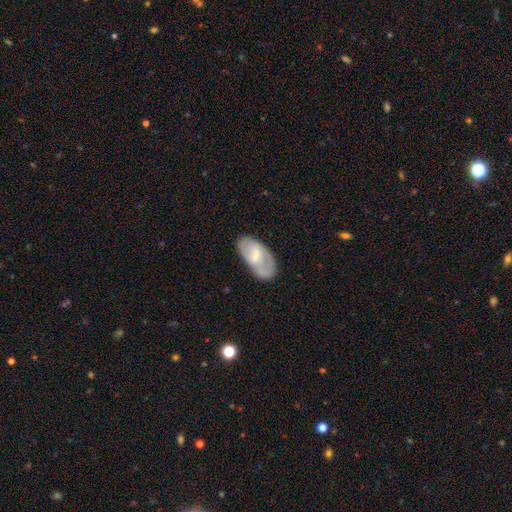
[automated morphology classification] A smooth galaxy with no disk features (51%) that is in between round and cigar-shaped (93%).

Vote fractions:
- Smooth or featured? smooth: 51% / featured or disk: 43% / star or artifact: 6%
- How rounded? in between: 93% / cigar-shaped: 4% / round: 3%
- Merging? none: 71% / minor disturbance: 20% / major disturbance: 7% / merger: 2%